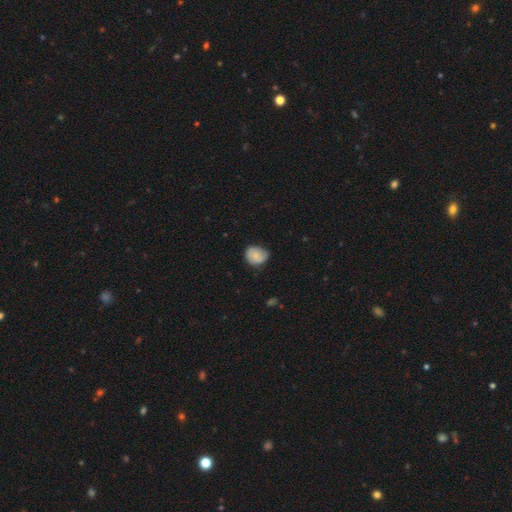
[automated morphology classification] Smooth or featured? Predicted: smooth (p=0.75). How rounded? Predicted: round (p=0.63). Merging? Predicted: none (p=0.64).